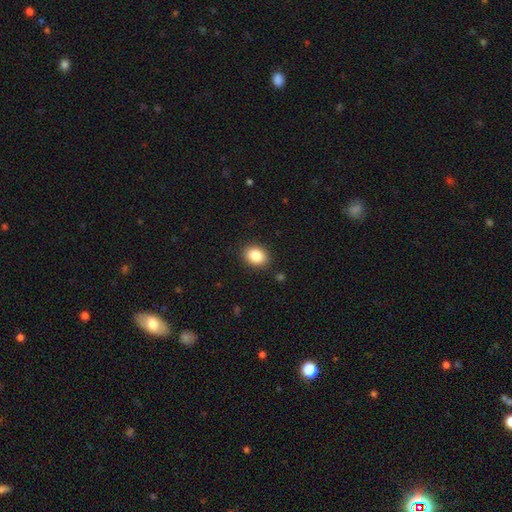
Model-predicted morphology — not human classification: Smooth or featured: smooth — 85% (star or artifact — 9%)
How rounded: in between — 60% (round — 39%)
Merging: none — 89% (minor disturbance — 8%)